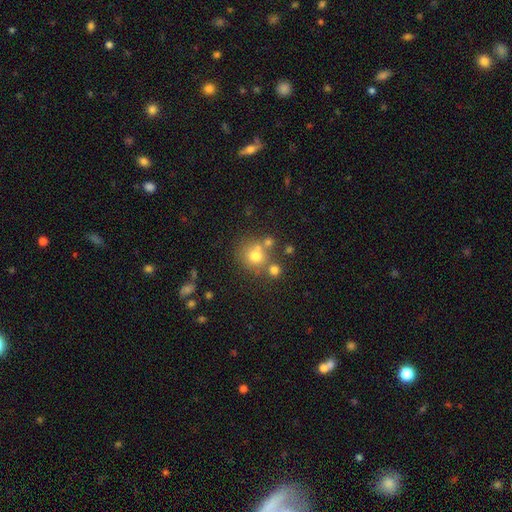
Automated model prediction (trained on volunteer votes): Smooth or featured: smooth — 70% (star or artifact — 16%)
How rounded: round — 87% (in between — 12%)
Merging: none — 61% (merger — 23%)